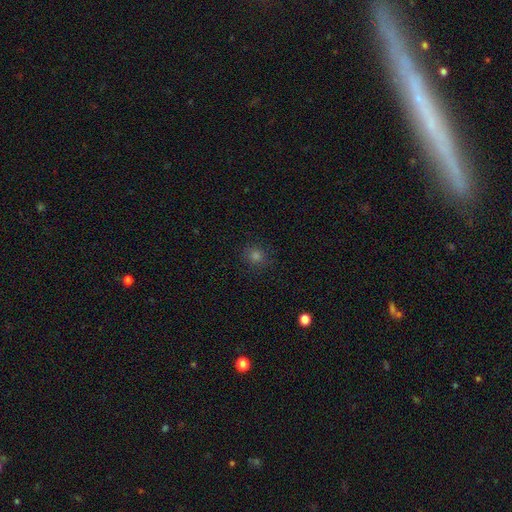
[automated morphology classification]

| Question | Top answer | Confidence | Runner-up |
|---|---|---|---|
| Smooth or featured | smooth | 72% | star or artifact (22%) |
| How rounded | round | 87% | in between (12%) |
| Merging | none | 89% | minor disturbance (8%) |